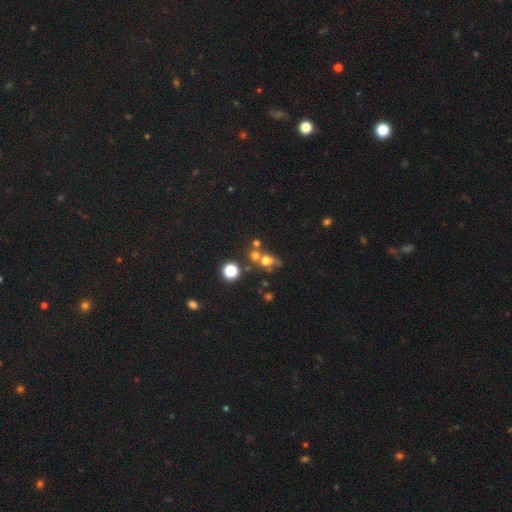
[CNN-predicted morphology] Smooth or featured: smooth — 59% (star or artifact — 23%)
How rounded: round — 78% (in between — 20%)
Merging: none — 41% (merger — 39%)